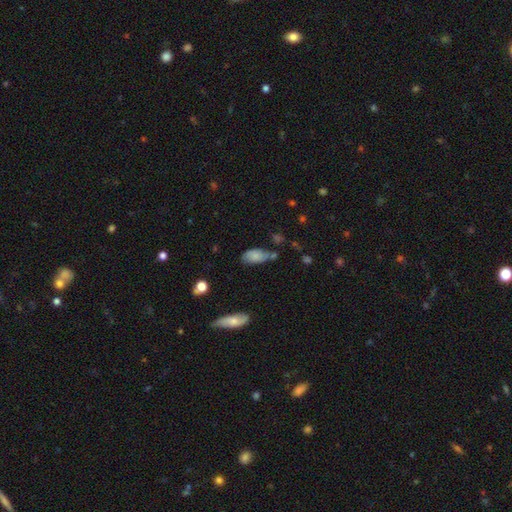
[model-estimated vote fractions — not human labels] Morphology: type=smooth (76%); roundness=in between (91%); merging=none (47%).